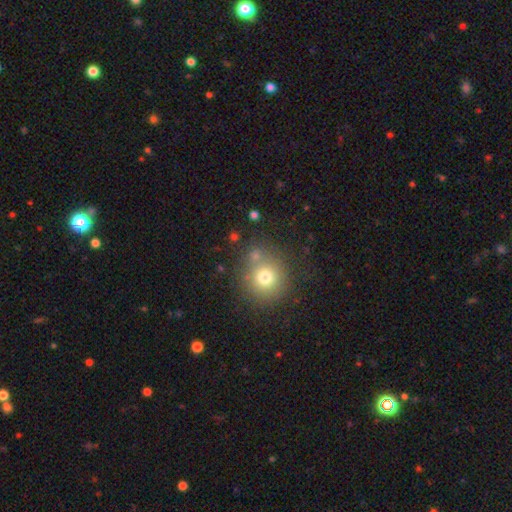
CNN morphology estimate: smooth 71%, star or artifact 17%, featured or disk 12%. Down the decision tree: how rounded — round (90%); merging — none (73%).